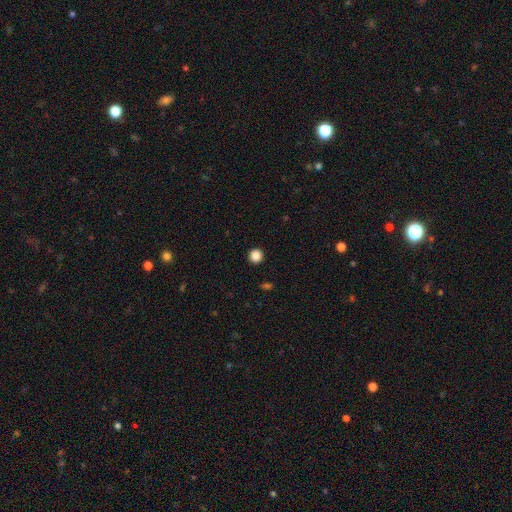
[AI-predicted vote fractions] smooth_or_featured: smooth (p=0.87) [alt: star or artifact p=0.11]
how_rounded: round (p=0.95) [alt: in between p=0.04]
merging: none (p=0.93) [alt: minor disturbance p=0.04]